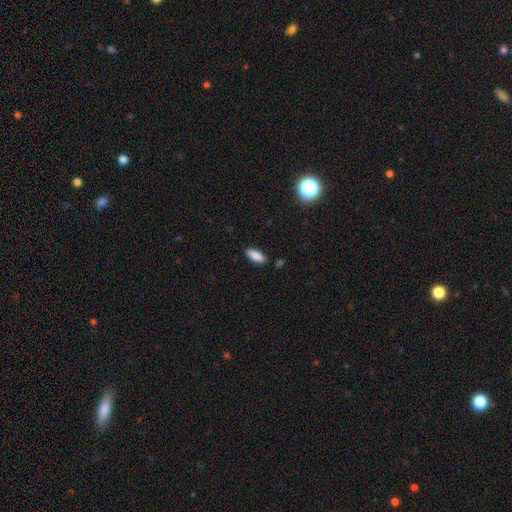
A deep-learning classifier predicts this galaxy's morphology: smooth 88%, star or artifact 7%, featured or disk 5%. Down the decision tree: how rounded — in between (77%); merging — none (84%).